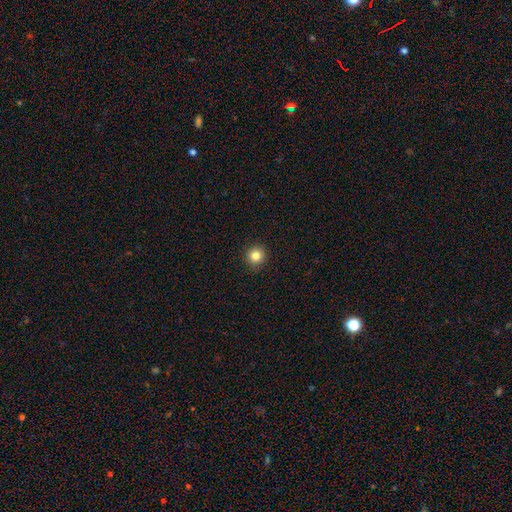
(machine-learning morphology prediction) type=smooth (82%); roundness=round (95%); merging=none (93%).